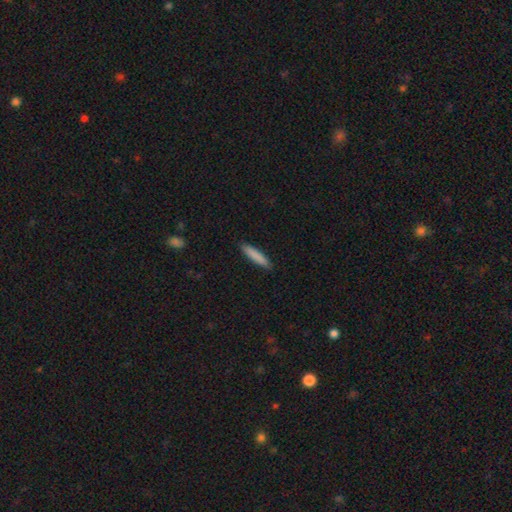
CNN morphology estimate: This appears to be a smooth galaxy with no disk features (85%) that is cigar-shaped (86%). Merging: none (89%).